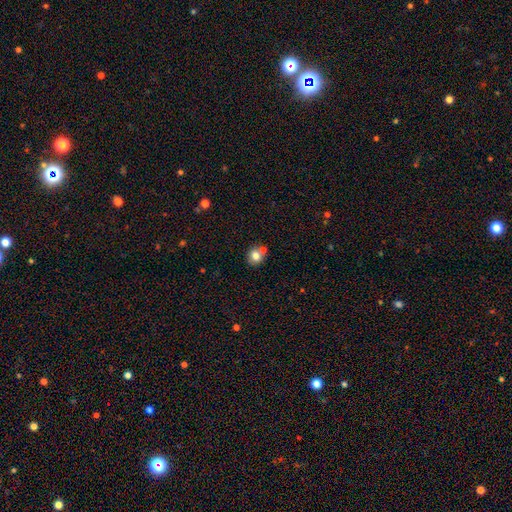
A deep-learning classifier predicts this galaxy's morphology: This is likely a smooth galaxy (78%). How rounded: clearly round (81%). Merging: likely none (61%).